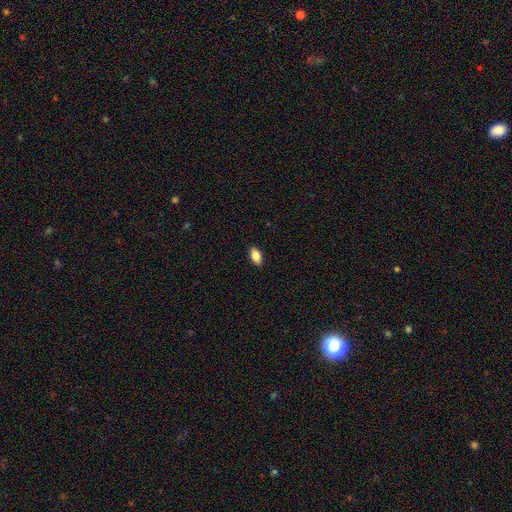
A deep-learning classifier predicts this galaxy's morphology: Overall: smooth (85%). How rounded: in between (92%). Merging: none (90%).